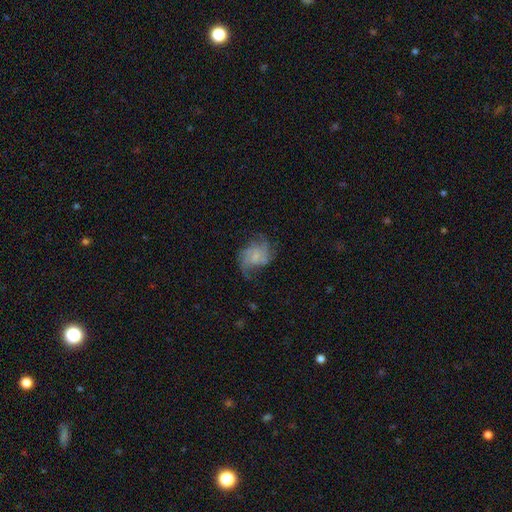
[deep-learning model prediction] A featured or disk galaxy (69%) with no bar (51%), 2 (50%) medium (42%) spiral arms (89%) and no central bulge (38%). Merging: none (51%).